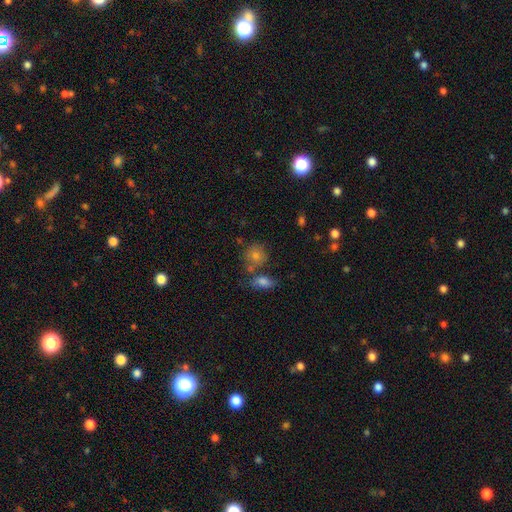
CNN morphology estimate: Smooth or featured? smooth (70%)
How rounded? round (79%)
Merging? none (64%)